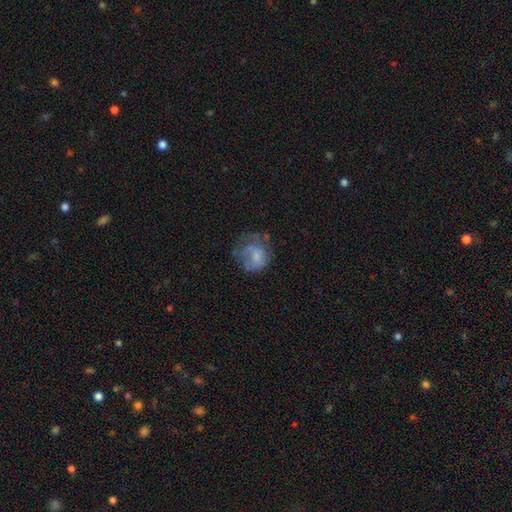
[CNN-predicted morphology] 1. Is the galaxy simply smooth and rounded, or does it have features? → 53% smooth, 36% featured or disk, 11% star or artifact.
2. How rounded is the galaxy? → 68% round, 31% in between, 1% cigar-shaped.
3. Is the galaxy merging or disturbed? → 38% none, 33% major disturbance, 25% minor disturbance, 3% merger.